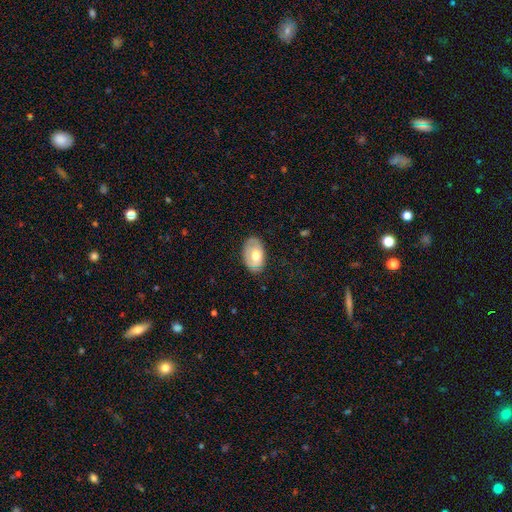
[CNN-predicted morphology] smooth 58%, featured or disk 35%, star or artifact 7%. Down the decision tree: how rounded — in between (90%); merging — none (73%).